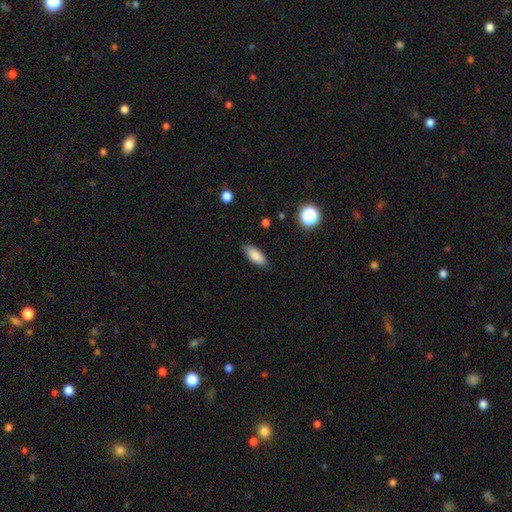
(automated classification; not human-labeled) Overall: smooth (85%). How rounded: in between (78%). Merging: none (84%).